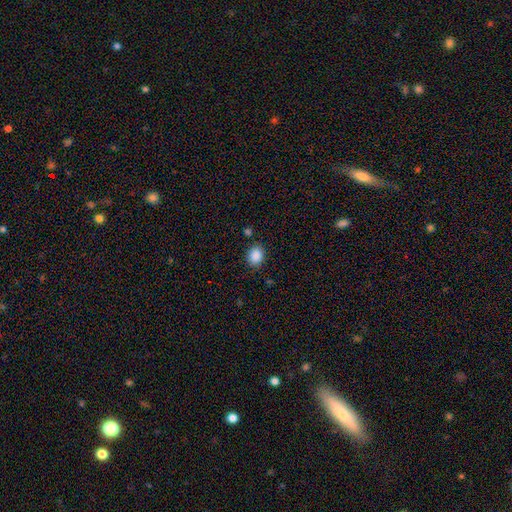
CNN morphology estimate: A smooth galaxy with no disk features (88%) that is round (56%). Merging: none (84%).